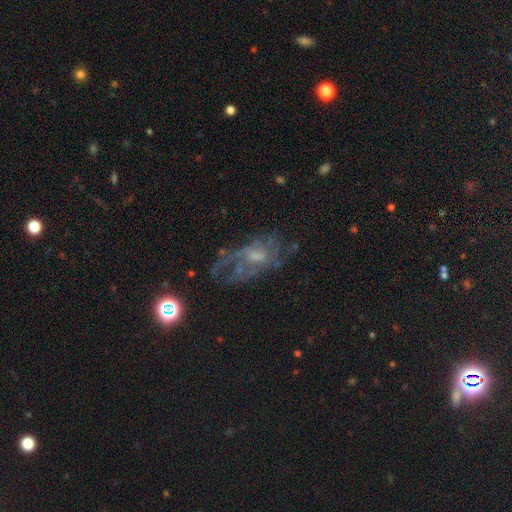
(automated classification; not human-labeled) Smooth or featured? featured or disk (62%)
Edge-on disk? no (94%)
Bar? no (66%)
Spiral arms? yes (58%)
Bulge size? small (44%)
Merging? none (49%)